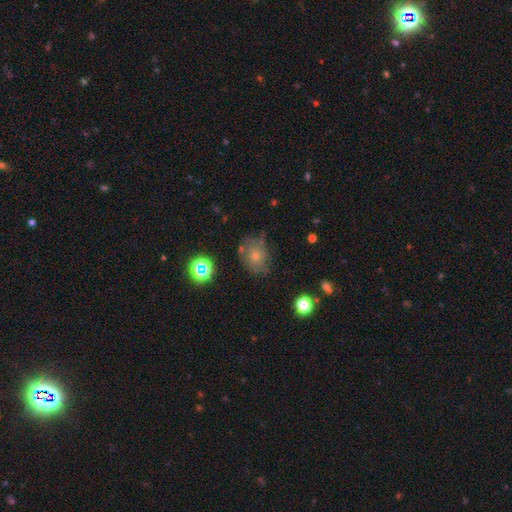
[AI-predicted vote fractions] Q: Smooth or featured?
A: smooth (55%); runner-up: featured or disk (28%)
Q: How rounded?
A: round (58%); runner-up: in between (41%)
Q: Merging?
A: none (58%); runner-up: minor disturbance (25%)